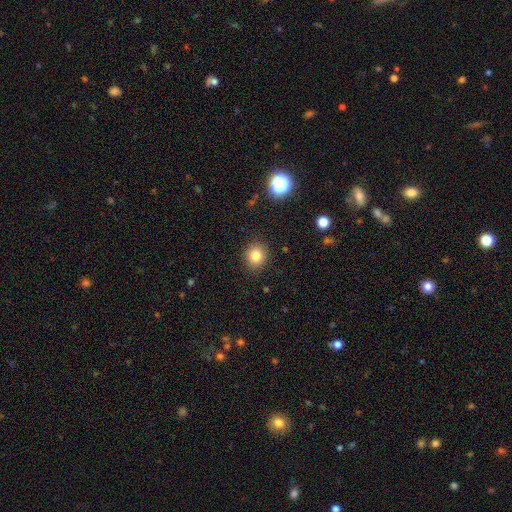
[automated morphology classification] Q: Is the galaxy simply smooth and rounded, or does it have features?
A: smooth — 82%.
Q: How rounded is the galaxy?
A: round — 75%.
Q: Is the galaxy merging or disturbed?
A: none — 88%.